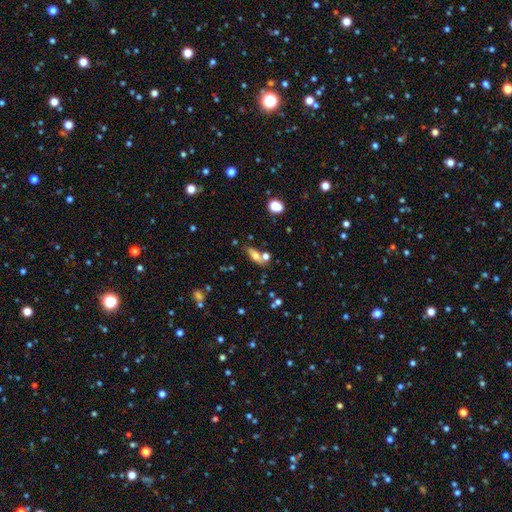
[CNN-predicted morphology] A smooth galaxy with no disk features (64%) that is in between round and cigar-shaped (71%). Merging: none (50%).